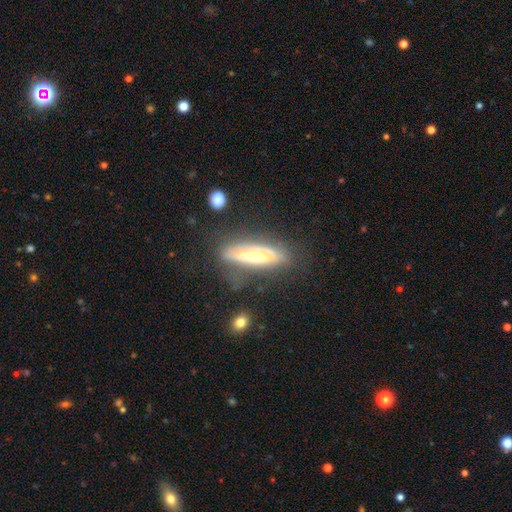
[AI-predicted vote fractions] featured or disk 58%, smooth 35%, star or artifact 7%. Down the decision tree: edge-on disk — no (54%); merging — none (61%).